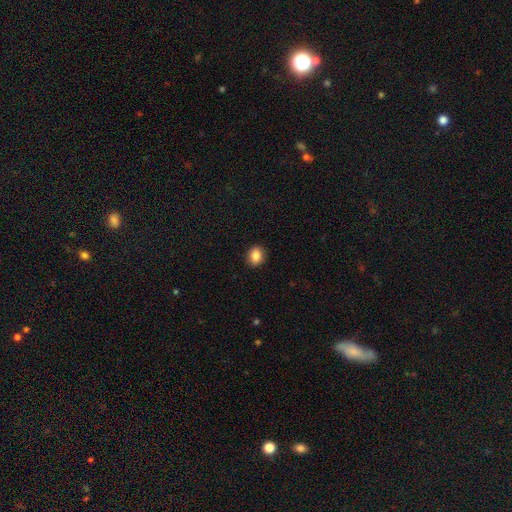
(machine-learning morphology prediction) A smooth galaxy with no disk features (86%) that is round (57%).

Vote fractions:
- Smooth or featured? smooth: 86% / star or artifact: 9% / featured or disk: 5%
- How rounded? round: 57% / in between: 42% / cigar-shaped: 1%
- Merging? none: 91% / minor disturbance: 6% / major disturbance: 2% / merger: 1%